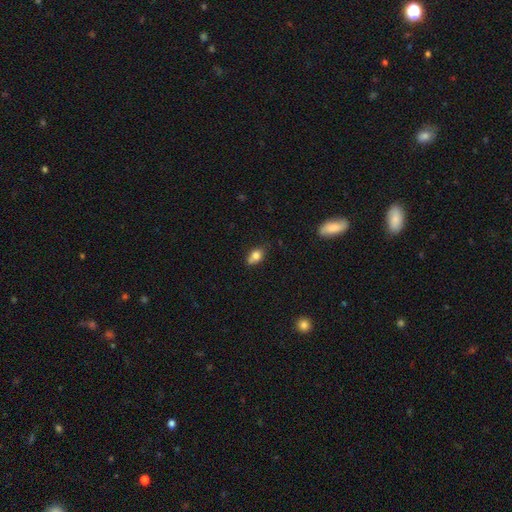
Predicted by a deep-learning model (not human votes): Morphology: type=smooth (77%); roundness=in between (73%); merging=none (55%).